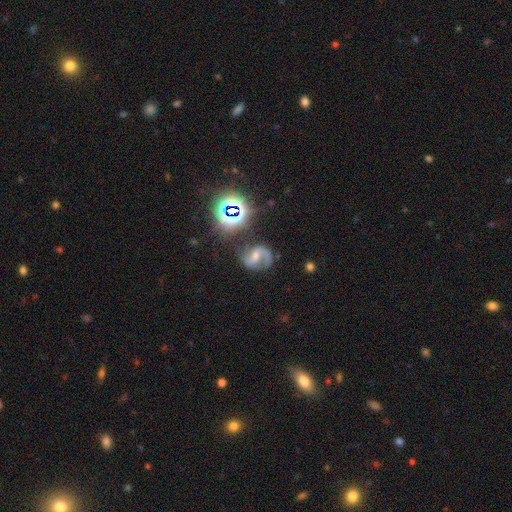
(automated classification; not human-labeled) Overall: featured or disk (80%). Edge-on disk: no (98%). Bar: weak (44%; strong 35%). Spiral arms: yes (96%). Spiral arm count: 2 (88%). Spiral winding: medium (52%; loose 36%). Bulge size: moderate (43%; small 42%). Merging: none (72%).